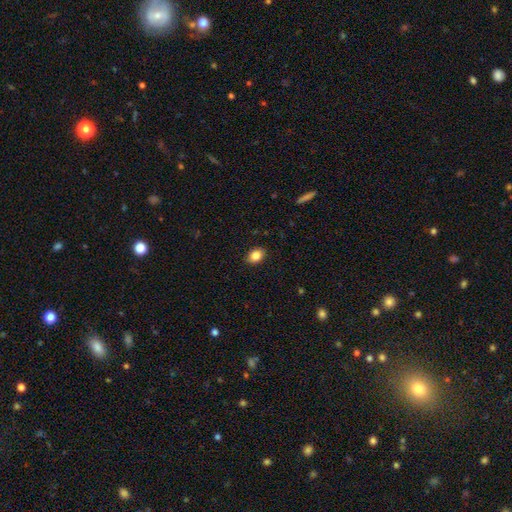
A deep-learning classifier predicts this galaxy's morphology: Smooth or featured?
  - smooth: 85% *
  - star or artifact: 9%
  - featured or disk: 6%
How rounded?
  - in between: 73% *
  - round: 25%
  - cigar-shaped: 1%
Merging?
  - none: 87% *
  - minor disturbance: 10%
  - major disturbance: 2%
  - merger: 1%